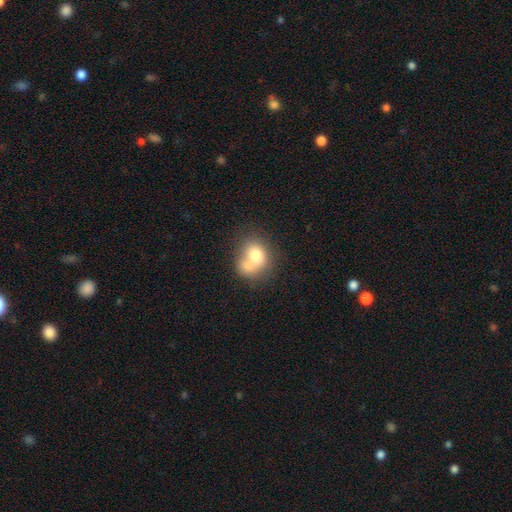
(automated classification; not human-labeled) Overall: smooth (71%). How rounded: round (52%; in between 47%). Merging: merger (62%; none 23%).